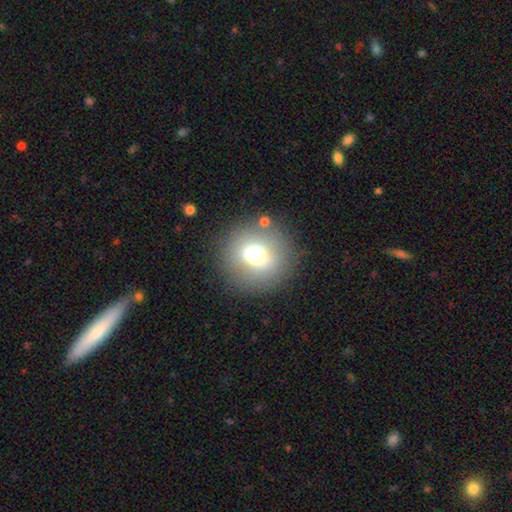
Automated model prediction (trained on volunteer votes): This is likely a smooth galaxy (65%). How rounded: clearly round (93%). Merging: clearly none (82%).